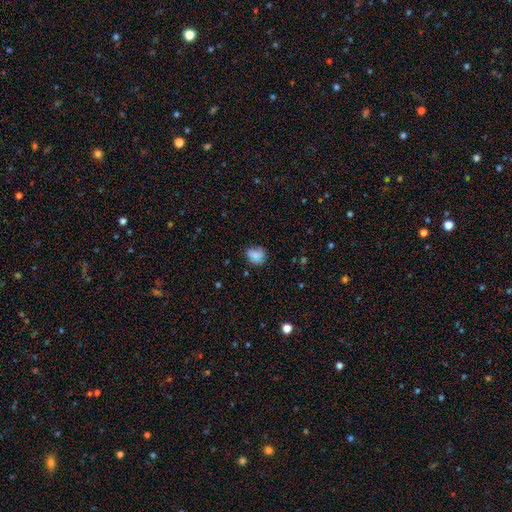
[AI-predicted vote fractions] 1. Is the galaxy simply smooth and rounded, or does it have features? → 68% smooth, 20% star or artifact, 11% featured or disk.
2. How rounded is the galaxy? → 63% round, 35% in between, 2% cigar-shaped.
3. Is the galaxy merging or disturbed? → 73% none, 18% minor disturbance, 6% major disturbance, 4% merger.